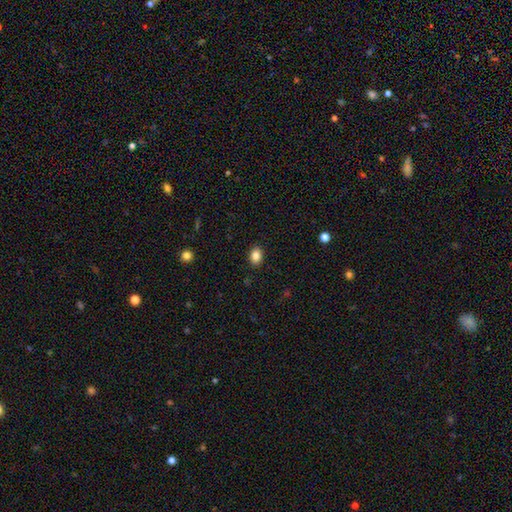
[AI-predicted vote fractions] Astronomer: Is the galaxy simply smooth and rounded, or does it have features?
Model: smooth — 85%.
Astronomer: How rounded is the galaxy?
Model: in between — 63%.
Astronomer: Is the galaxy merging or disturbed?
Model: none — 89%.